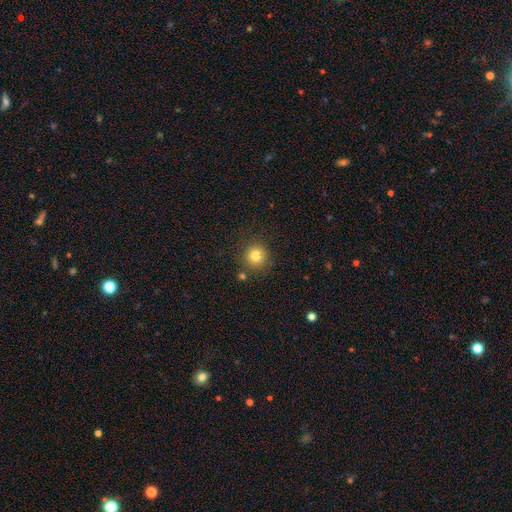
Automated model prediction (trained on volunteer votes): A smooth galaxy with no disk features (80%) that is round (92%).

Vote fractions:
- Smooth or featured? smooth: 80% / star or artifact: 13% / featured or disk: 7%
- How rounded? round: 92% / in between: 7% / cigar-shaped: 1%
- Merging? none: 83% / minor disturbance: 9% / merger: 5% / major disturbance: 3%